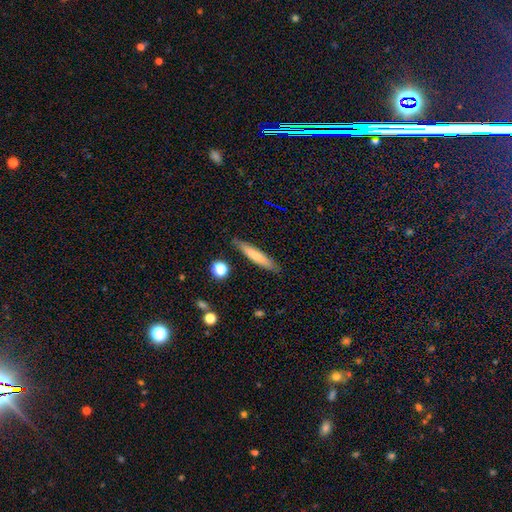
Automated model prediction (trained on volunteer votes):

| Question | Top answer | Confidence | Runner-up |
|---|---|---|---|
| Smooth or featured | smooth | 68% | featured or disk (25%) |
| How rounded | cigar-shaped | 89% | in between (10%) |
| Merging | none | 86% | minor disturbance (11%) |